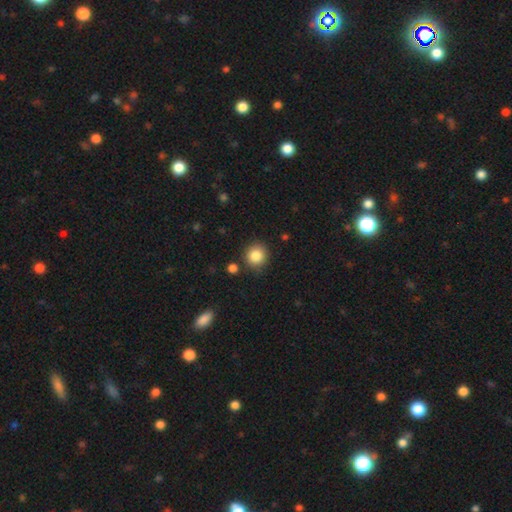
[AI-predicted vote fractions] Smooth or featured: smooth — 85% (star or artifact — 10%)
How rounded: round — 88% (in between — 11%)
Merging: none — 84% (minor disturbance — 10%)